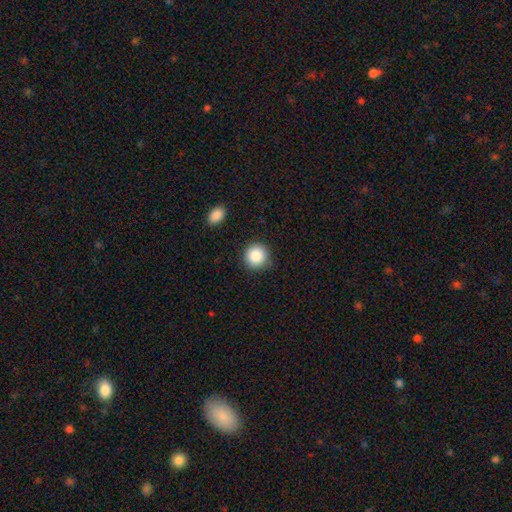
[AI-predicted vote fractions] Smooth or featured? Predicted: smooth (p=0.87). How rounded? Predicted: round (p=0.93). Merging? Predicted: none (p=0.88).